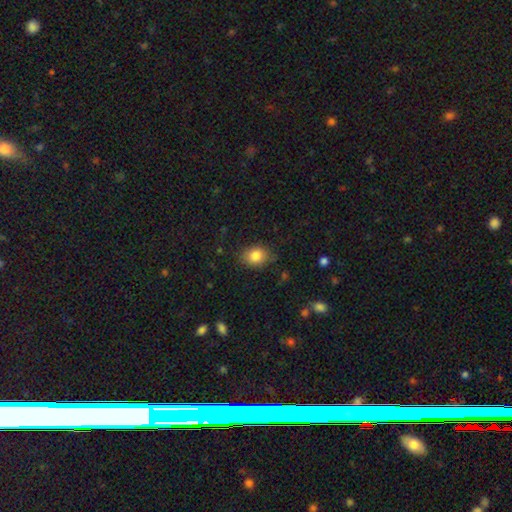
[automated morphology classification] type=smooth (83%); roundness=in between (61%); merging=none (80%).